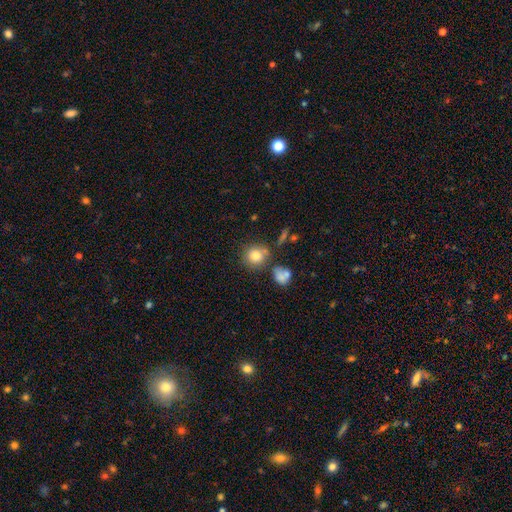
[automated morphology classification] This appears to be a smooth galaxy with no disk features (80%) that is round (85%). Merging: none (66%).